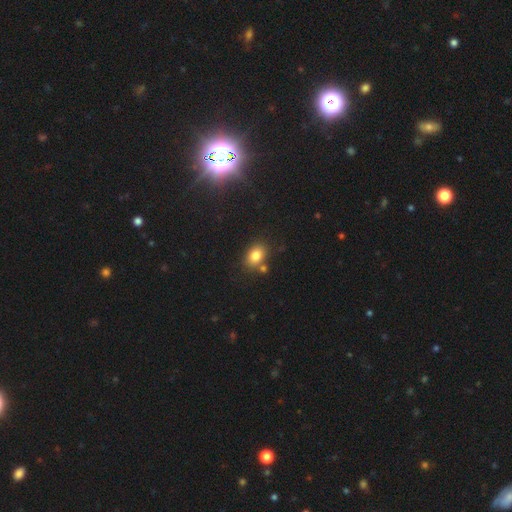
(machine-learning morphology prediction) Overall: smooth (81%). How rounded: in between (76%). Merging: none (72%).